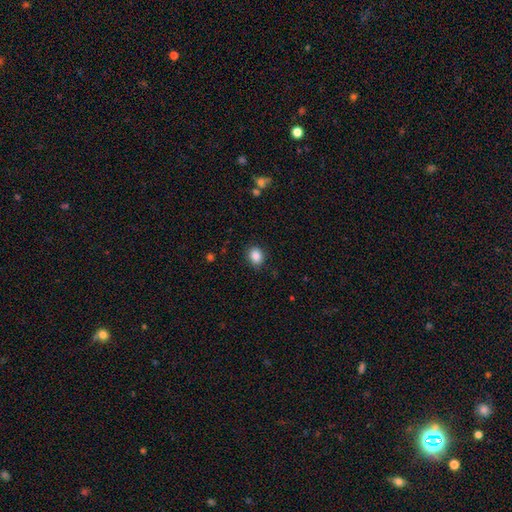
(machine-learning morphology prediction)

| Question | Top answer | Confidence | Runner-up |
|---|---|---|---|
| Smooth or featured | smooth | 88% | star or artifact (9%) |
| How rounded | round | 52% | in between (47%) |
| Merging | none | 85% | minor disturbance (11%) |